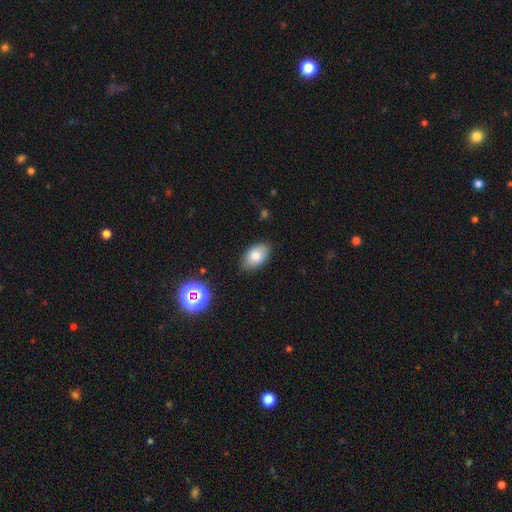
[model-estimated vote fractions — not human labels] The model was most divided on "smooth or featured": smooth: 80%, featured or disk: 11%, star or artifact: 9%. More confident: how rounded — in between (91%); merging — none (86%).